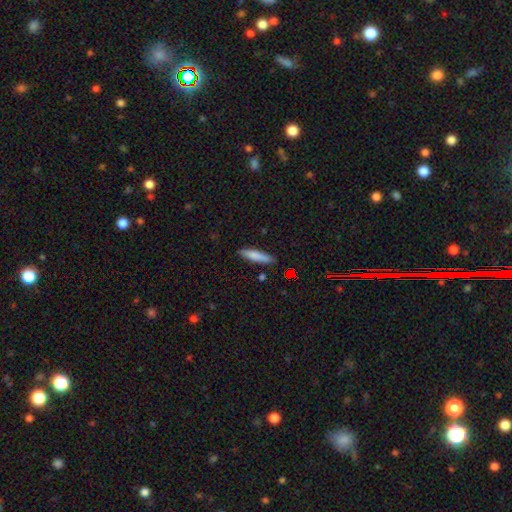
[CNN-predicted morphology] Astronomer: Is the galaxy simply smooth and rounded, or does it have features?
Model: smooth — 79%.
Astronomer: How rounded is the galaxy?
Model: cigar-shaped — 80%.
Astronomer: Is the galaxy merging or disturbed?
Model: none — 86%.